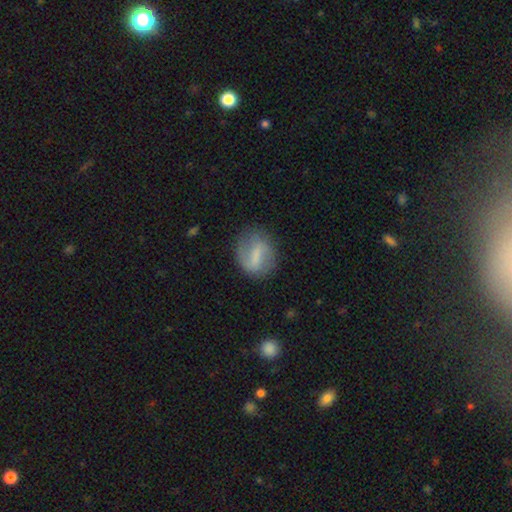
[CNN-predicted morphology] Q: Smooth or featured?
A: featured or disk (50%); runner-up: smooth (43%)
Q: Merging?
A: none (71%); runner-up: minor disturbance (19%)